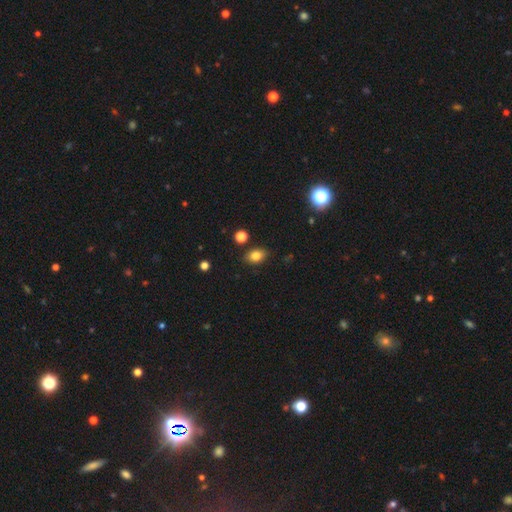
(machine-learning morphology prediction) A smooth galaxy with no disk features (82%) that is in between round and cigar-shaped (75%). Merging: none (84%).